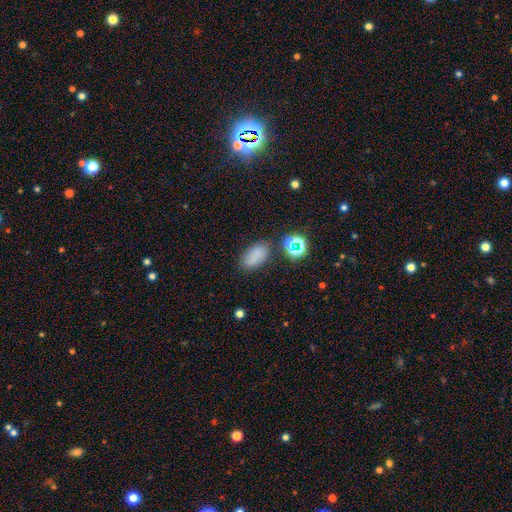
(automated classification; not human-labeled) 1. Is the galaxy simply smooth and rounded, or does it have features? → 75% smooth, 17% star or artifact, 8% featured or disk.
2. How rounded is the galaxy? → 88% in between, 9% round, 3% cigar-shaped.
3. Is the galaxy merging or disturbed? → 76% none, 15% minor disturbance, 5% major disturbance, 4% merger.